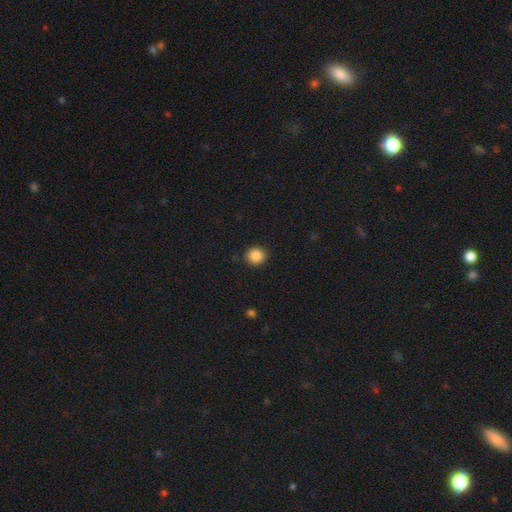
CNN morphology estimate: Smooth or featured? smooth (87%)
How rounded? round (84%)
Merging? none (91%)